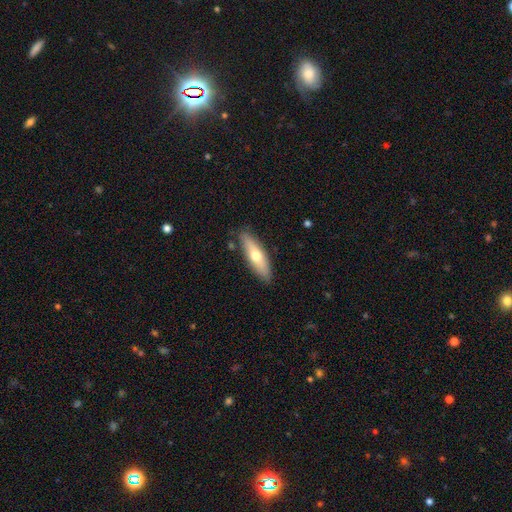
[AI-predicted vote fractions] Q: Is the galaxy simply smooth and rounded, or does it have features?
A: smooth — 60%.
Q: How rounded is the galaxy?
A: cigar-shaped — 57%.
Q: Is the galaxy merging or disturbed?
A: none — 85%.